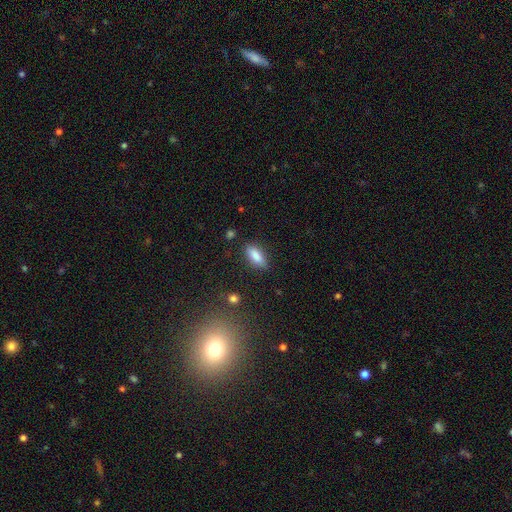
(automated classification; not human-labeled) The model was most divided on "how rounded": in between: 74%, cigar-shaped: 23%, round: 3%. More confident: smooth or featured — smooth (83%); merging — none (81%).